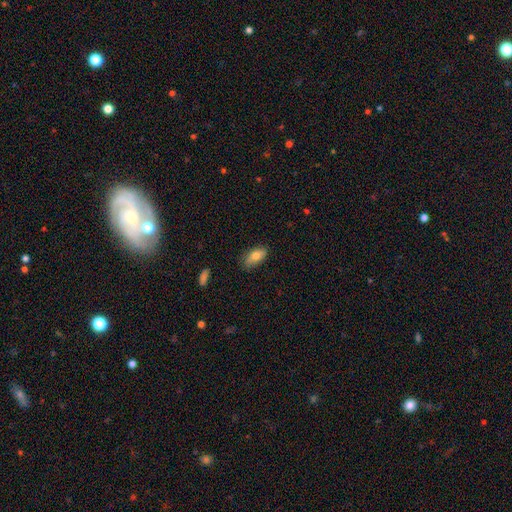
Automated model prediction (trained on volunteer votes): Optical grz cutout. It shows a smooth galaxy with no disk features (78%) that is in between round and cigar-shaped (89%). Merging: none (78%).